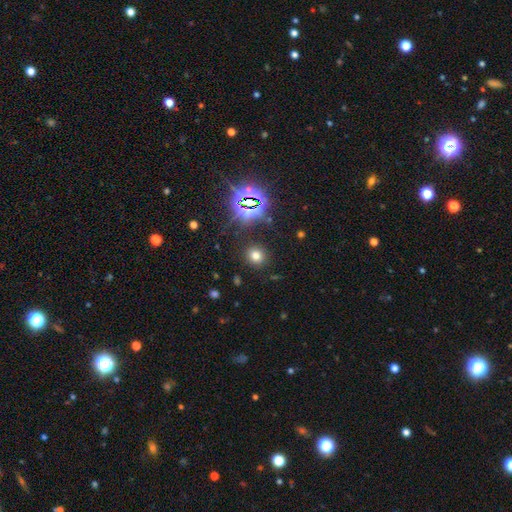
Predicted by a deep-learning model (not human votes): Morphology: type=smooth (68%); roundness=round (82%); merging=none (88%).